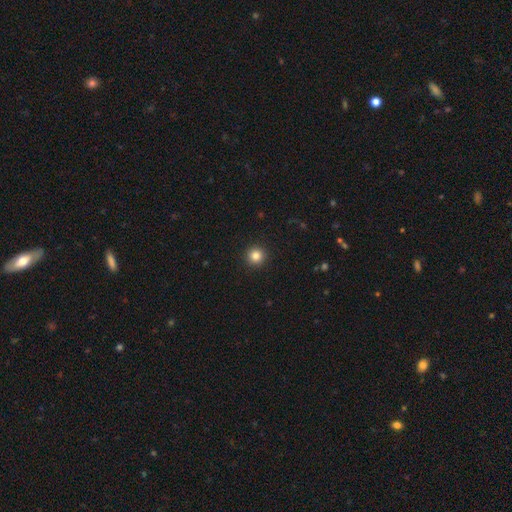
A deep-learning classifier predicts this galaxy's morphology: The model was most divided on "smooth or featured": smooth: 83%, star or artifact: 12%, featured or disk: 5%. More confident: how rounded — round (96%); merging — none (93%).